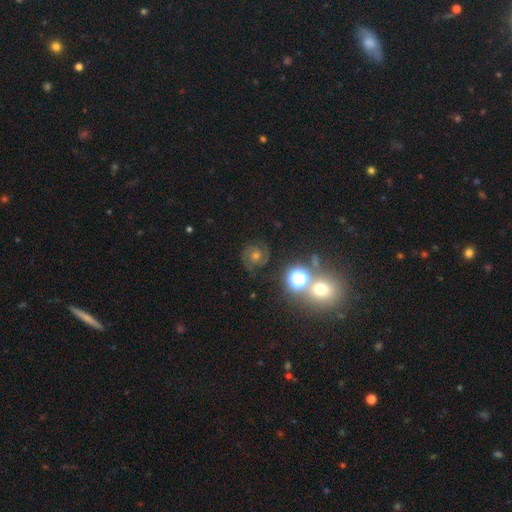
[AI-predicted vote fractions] A featured or disk galaxy (58%) with no bar (72%), 2 (66%) tight (54%) spiral arms (91%) and a moderate central bulge (56%). Merging: none (78%).